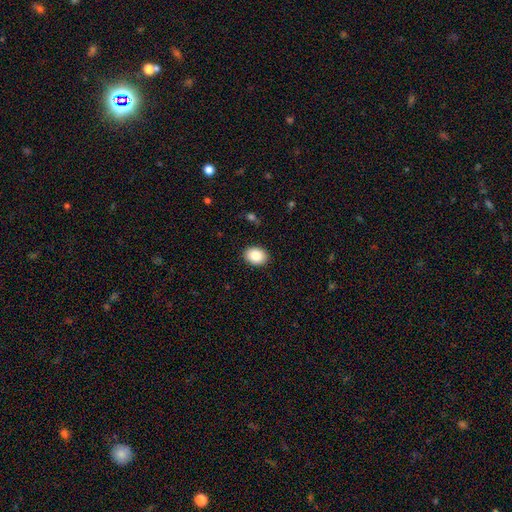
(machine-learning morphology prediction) Smooth or featured? Predicted: smooth (p=0.87). How rounded? Predicted: in between (p=0.66). Merging? Predicted: none (p=0.90).